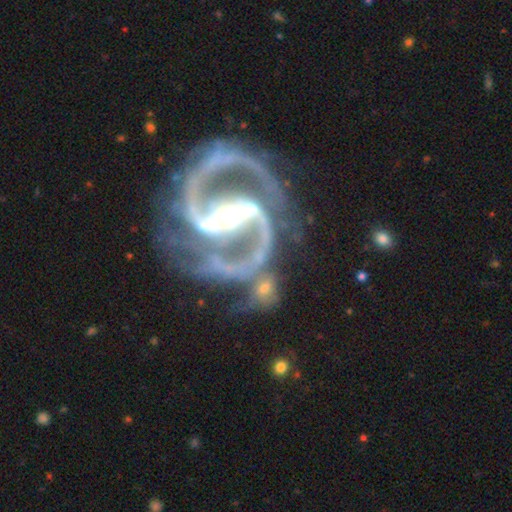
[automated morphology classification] A featured or disk galaxy (94%) with a strong bar (71%), 2 (92%) medium (65%) spiral arms (99%) and a moderate central bulge (56%). Merging: none (68%).